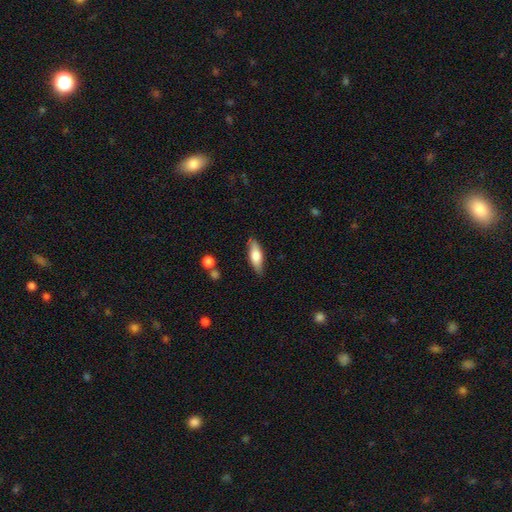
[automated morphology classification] The model was most divided on "how rounded": in between: 62%, cigar-shaped: 36%, round: 2%. More confident: merging — none (79%); smooth or featured — smooth (70%).